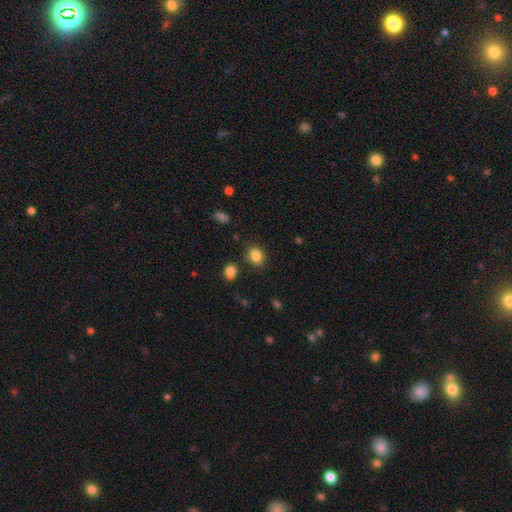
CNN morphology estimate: type=smooth (85%); roundness=round (59%); merging=none (80%).